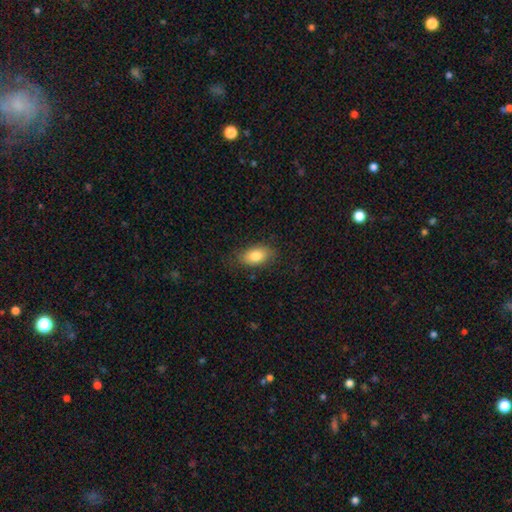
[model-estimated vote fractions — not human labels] smooth 82%, featured or disk 11%, star or artifact 7%. Down the decision tree: how rounded — in between (90%); merging — none (80%).